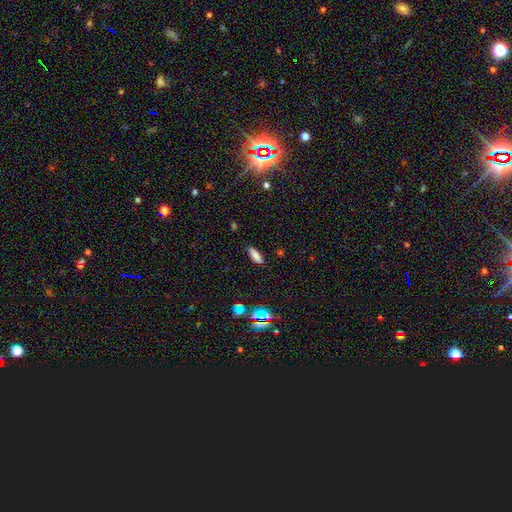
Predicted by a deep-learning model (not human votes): The model was most divided on "how rounded": in between: 61%, cigar-shaped: 37%, round: 3%. More confident: merging — none (86%); smooth or featured — smooth (80%).